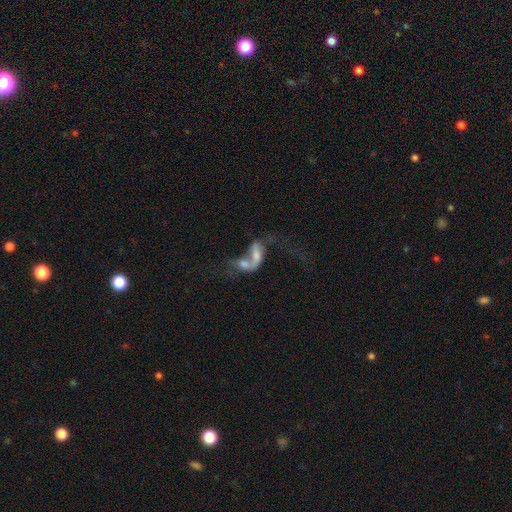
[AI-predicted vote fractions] Smooth or featured? featured or disk (49%)
Merging? merger (73%)